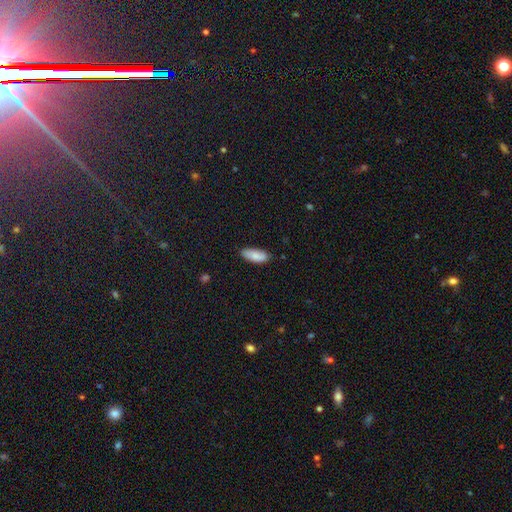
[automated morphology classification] The model was most divided on "how rounded": in between: 81%, cigar-shaped: 17%, round: 2%. More confident: smooth or featured — smooth (83%); merging — none (81%).